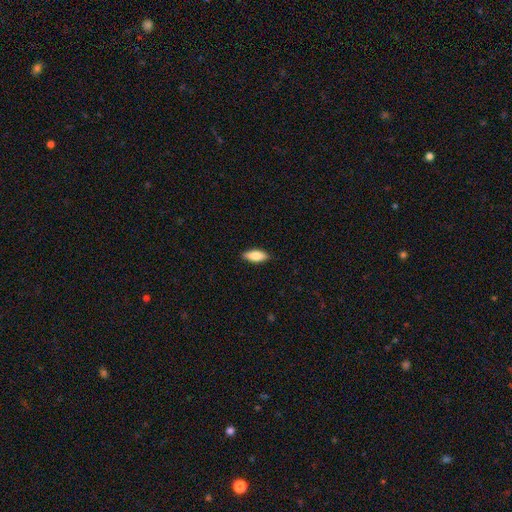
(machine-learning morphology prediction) A smooth galaxy with no disk features (83%) that is in between round and cigar-shaped (80%).

Vote fractions:
- Smooth or featured? smooth: 83% / featured or disk: 11% / star or artifact: 6%
- How rounded? in between: 80% / cigar-shaped: 18% / round: 2%
- Merging? none: 88% / minor disturbance: 9% / major disturbance: 2% / merger: 1%